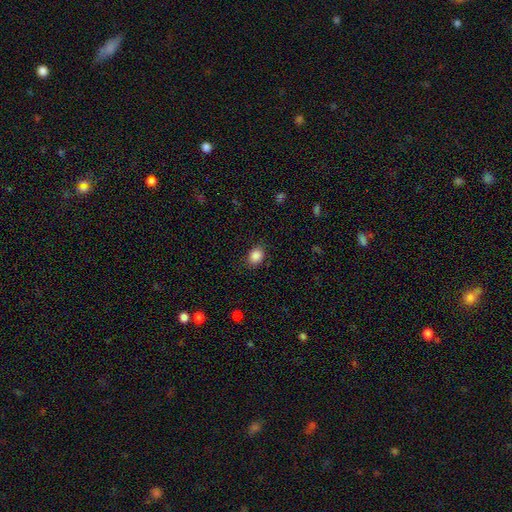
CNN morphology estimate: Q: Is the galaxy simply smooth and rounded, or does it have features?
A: smooth — 87%.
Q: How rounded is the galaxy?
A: in between — 58%.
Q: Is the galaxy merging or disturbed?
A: none — 83%.